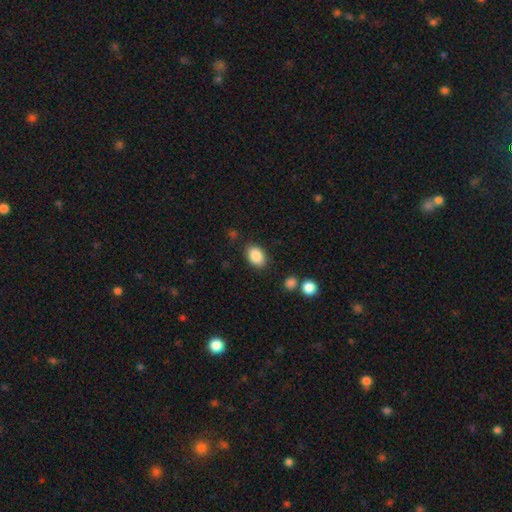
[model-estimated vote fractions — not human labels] Smooth or featured: smooth — 87% (star or artifact — 8%)
How rounded: in between — 83% (round — 16%)
Merging: none — 84% (minor disturbance — 10%)